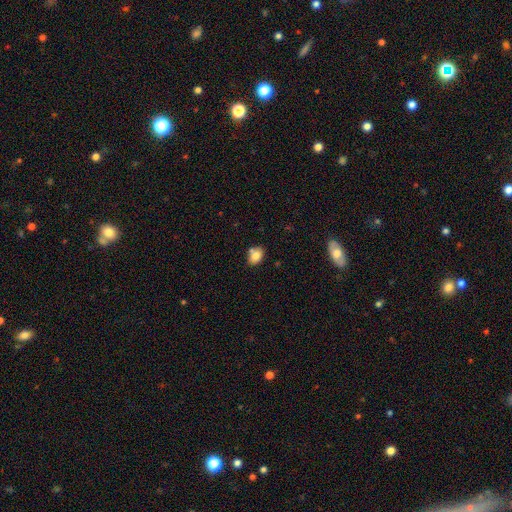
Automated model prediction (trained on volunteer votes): This appears to be a smooth galaxy with no disk features (80%) that is in between round and cigar-shaped (69%). Merging: none (70%).